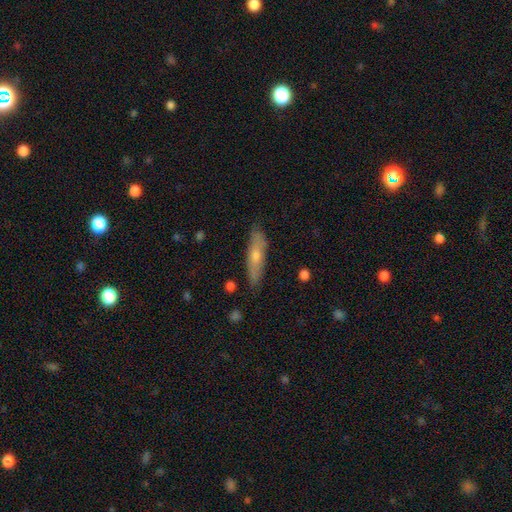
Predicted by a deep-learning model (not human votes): Smooth or featured: smooth — 53% (featured or disk — 41%)
How rounded: cigar-shaped — 70% (in between — 28%)
Merging: none — 82% (minor disturbance — 14%)